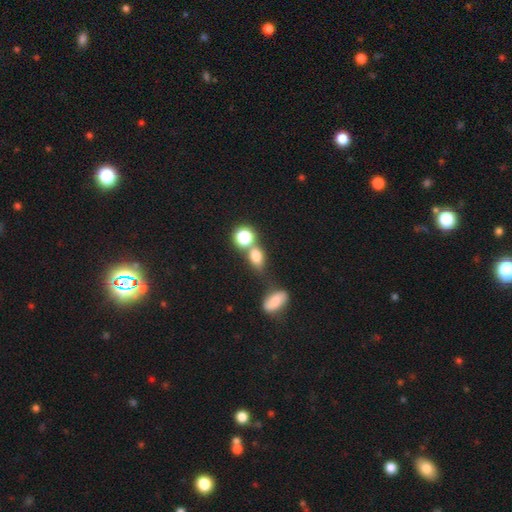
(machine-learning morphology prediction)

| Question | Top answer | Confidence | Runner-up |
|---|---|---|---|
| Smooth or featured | smooth | 75% | star or artifact (15%) |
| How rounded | in between | 62% | round (35%) |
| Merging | none | 45% | merger (38%) |